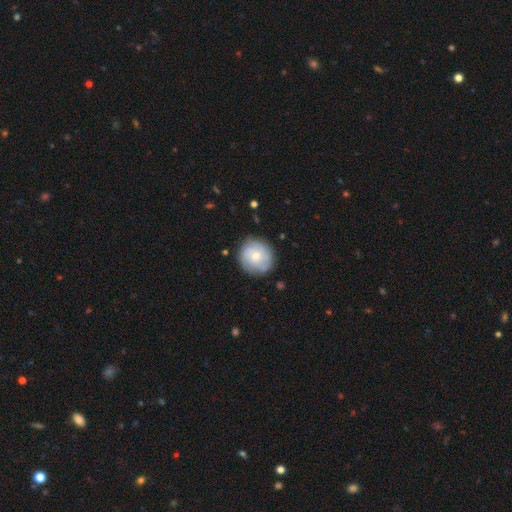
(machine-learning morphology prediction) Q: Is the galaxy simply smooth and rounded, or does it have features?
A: smooth — 50%.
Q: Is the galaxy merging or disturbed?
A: none — 82%.